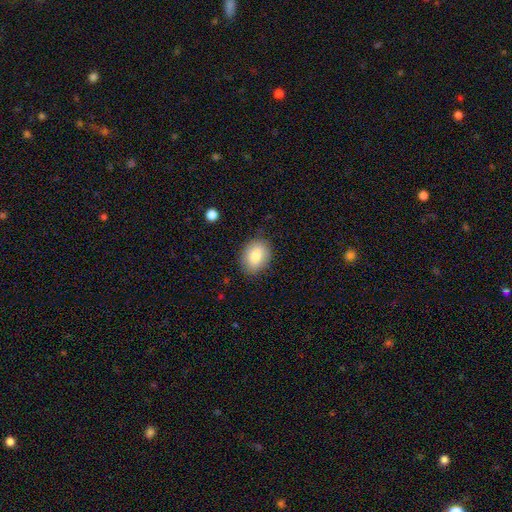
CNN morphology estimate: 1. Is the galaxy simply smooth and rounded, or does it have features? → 84% smooth, 9% featured or disk, 7% star or artifact.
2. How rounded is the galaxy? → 67% in between, 32% round, 1% cigar-shaped.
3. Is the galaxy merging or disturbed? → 83% none, 13% minor disturbance, 3% major disturbance, 1% merger.